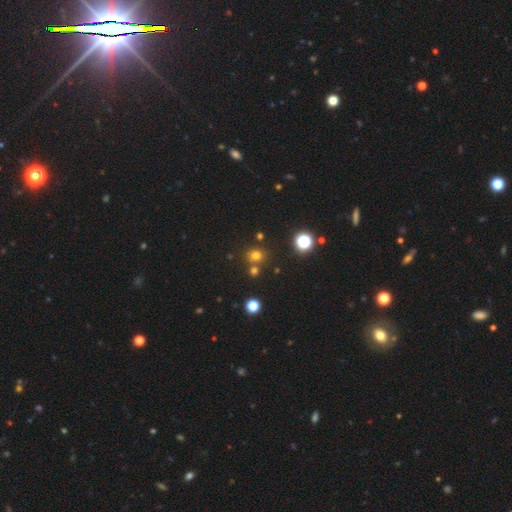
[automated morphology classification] A smooth galaxy with no disk features (69%) that is round (81%).

Vote fractions:
- Smooth or featured? smooth: 69% / star or artifact: 24% / featured or disk: 7%
- How rounded? round: 81% / in between: 18% / cigar-shaped: 1%
- Merging? none: 72% / merger: 17% / minor disturbance: 8% / major disturbance: 3%